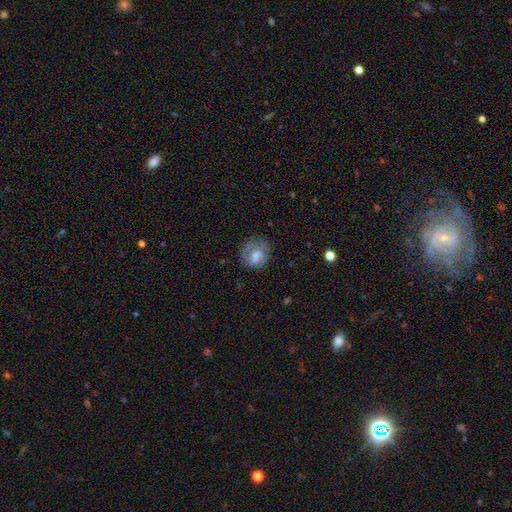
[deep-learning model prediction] This appears to be a smooth galaxy with no disk features (65%) that is round (63%). Merging: none (58%).